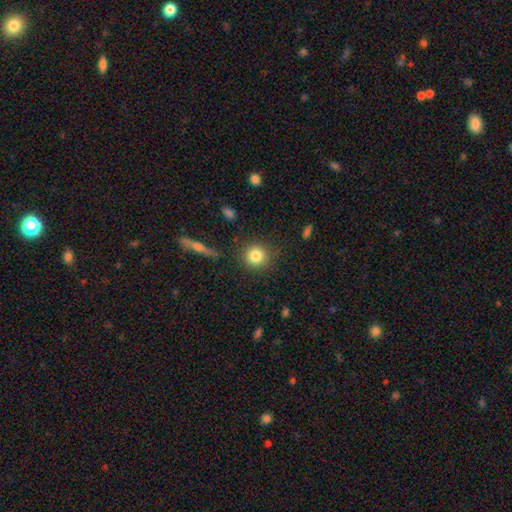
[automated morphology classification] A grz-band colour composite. It shows a smooth galaxy with no disk features (83%) that is round (92%). Merging: none (86%).